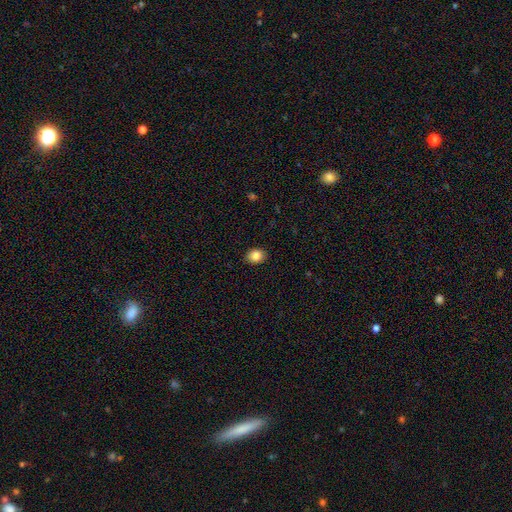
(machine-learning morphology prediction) Q: Smooth or featured?
A: smooth (86%); runner-up: star or artifact (9%)
Q: How rounded?
A: in between (53%); runner-up: round (46%)
Q: Merging?
A: none (90%); runner-up: minor disturbance (7%)